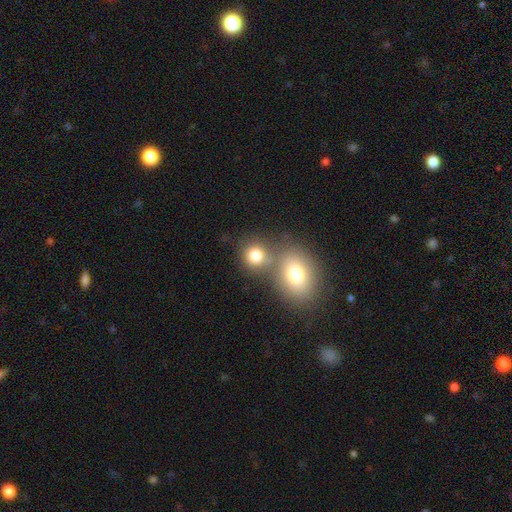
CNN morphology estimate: This appears to be a smooth galaxy with no disk features (79%) that is round (78%). Merging: none (49%).